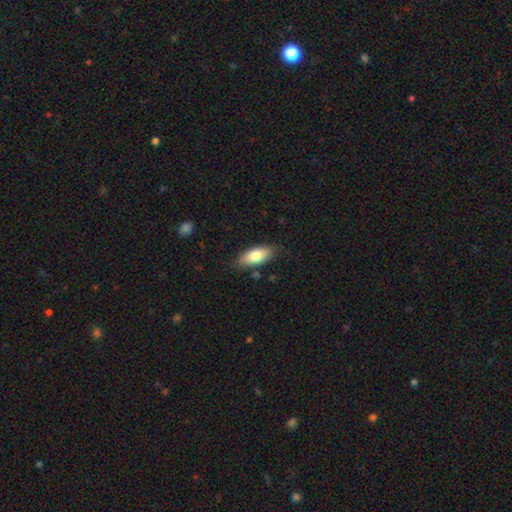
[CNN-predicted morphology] Smooth or featured: smooth — 78% (featured or disk — 16%)
How rounded: in between — 85% (cigar-shaped — 13%)
Merging: none — 81% (minor disturbance — 14%)